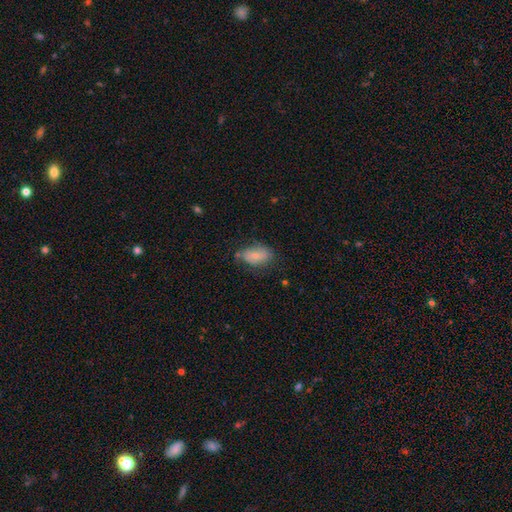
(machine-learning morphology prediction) smooth_or_featured: smooth (p=0.68) [alt: featured or disk p=0.25]
how_rounded: in between (p=0.90) [alt: round p=0.09]
merging: none (p=0.59) [alt: minor disturbance p=0.29]